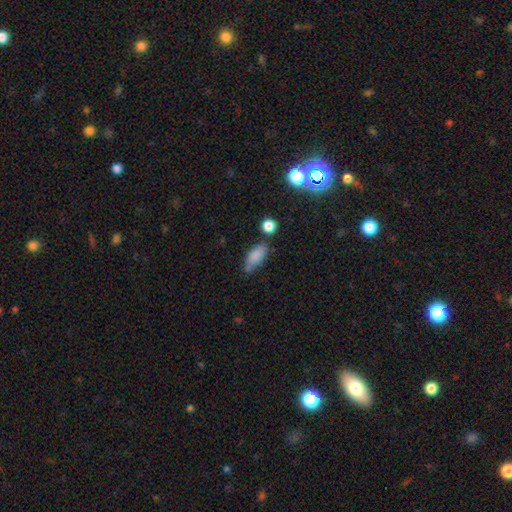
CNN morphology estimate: The model was most divided on "merging": none: 56%, minor disturbance: 27%, merger: 10%, major disturbance: 7%. More confident: smooth or featured — smooth (83%); how rounded — in between (83%).